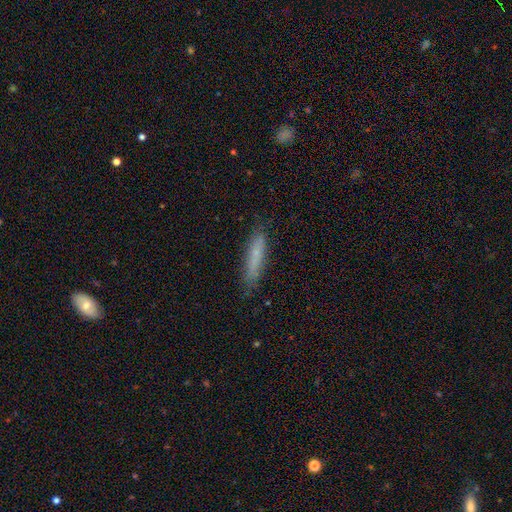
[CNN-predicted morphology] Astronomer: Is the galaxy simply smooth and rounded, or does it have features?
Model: smooth — 66%.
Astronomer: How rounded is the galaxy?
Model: cigar-shaped — 85%.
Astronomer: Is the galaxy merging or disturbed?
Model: none — 79%.